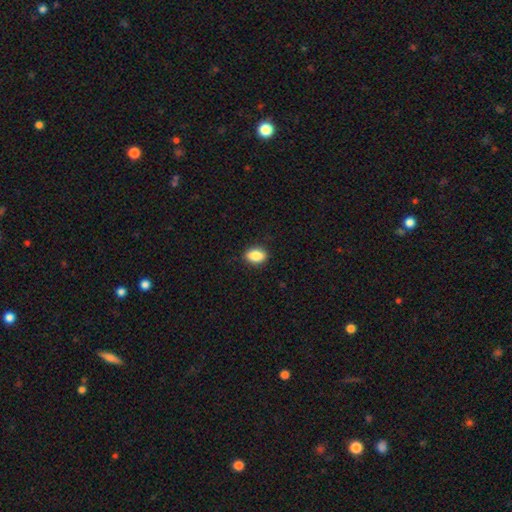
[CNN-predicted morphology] A smooth galaxy with no disk features (87%) that is in between round and cigar-shaped (79%).

Vote fractions:
- Smooth or featured? smooth: 87% / star or artifact: 8% / featured or disk: 5%
- How rounded? in between: 79% / round: 19% / cigar-shaped: 2%
- Merging? none: 88% / minor disturbance: 9% / major disturbance: 2% / merger: 1%